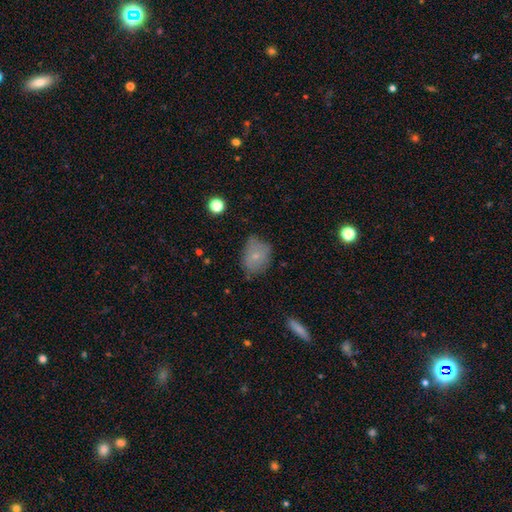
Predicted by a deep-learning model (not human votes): The model was most divided on "how rounded": in between: 62%, round: 36%, cigar-shaped: 1%. More confident: smooth or featured — smooth (69%); merging — none (60%).